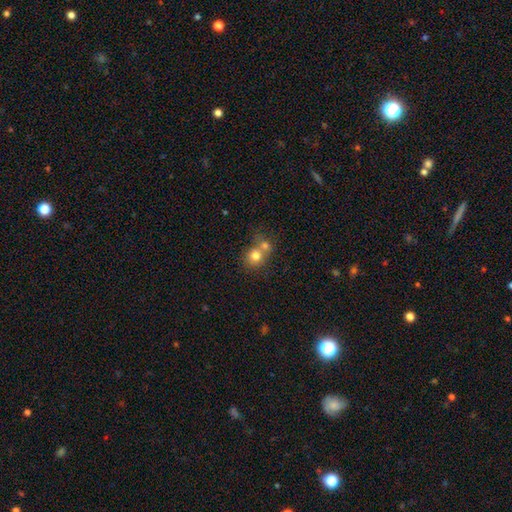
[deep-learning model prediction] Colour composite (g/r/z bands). It shows a smooth galaxy with no disk features (76%) that is round (79%). Merging: merger (57%).